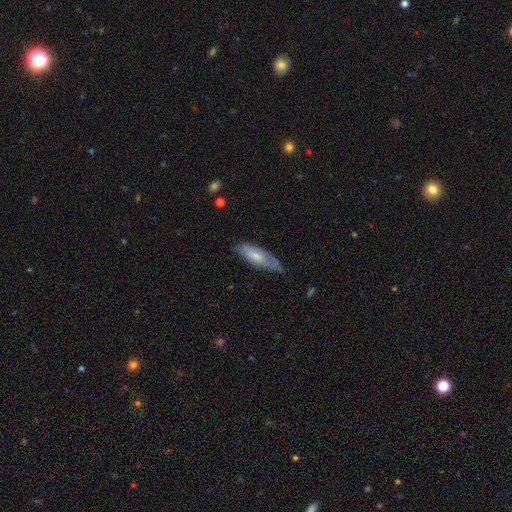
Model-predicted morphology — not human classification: Smooth or featured?
  - smooth: 59% *
  - featured or disk: 35%
  - star or artifact: 6%
How rounded?
  - in between: 59% *
  - cigar-shaped: 39%
  - round: 2%
Merging?
  - none: 62% *
  - minor disturbance: 29%
  - major disturbance: 7%
  - merger: 2%